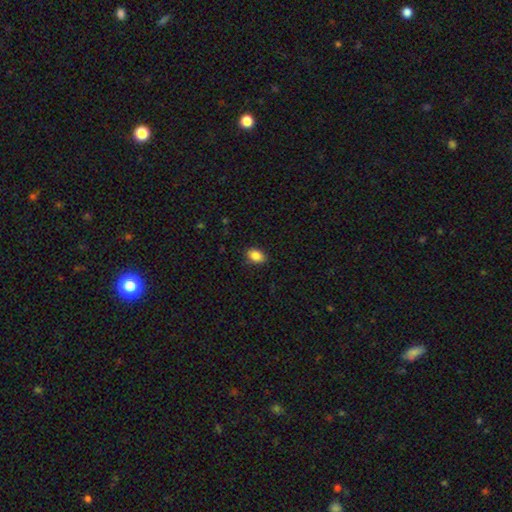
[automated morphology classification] This appears to be a smooth galaxy with no disk features (87%) that is in between round and cigar-shaped (82%). Merging: none (85%).